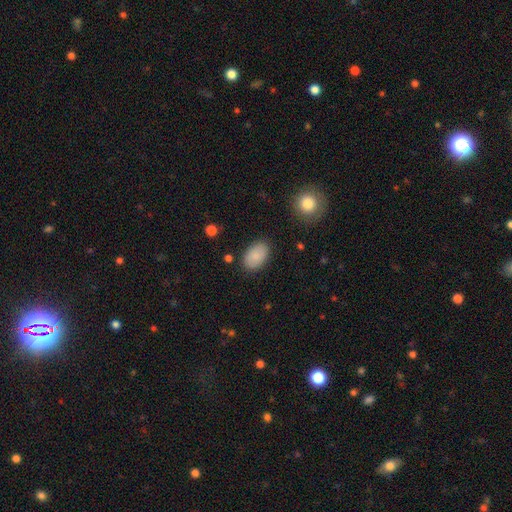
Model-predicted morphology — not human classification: Smooth or featured?
  - smooth: 86% *
  - featured or disk: 7%
  - star or artifact: 7%
How rounded?
  - in between: 91% *
  - round: 8%
  - cigar-shaped: 1%
Merging?
  - none: 86% *
  - minor disturbance: 10%
  - major disturbance: 3%
  - merger: 1%